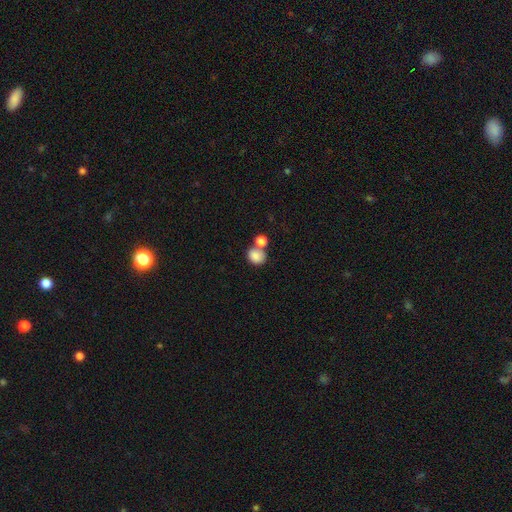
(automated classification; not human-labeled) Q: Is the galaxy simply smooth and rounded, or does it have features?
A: smooth — 84%.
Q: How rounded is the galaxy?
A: round — 65%.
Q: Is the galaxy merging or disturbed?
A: none — 47%.